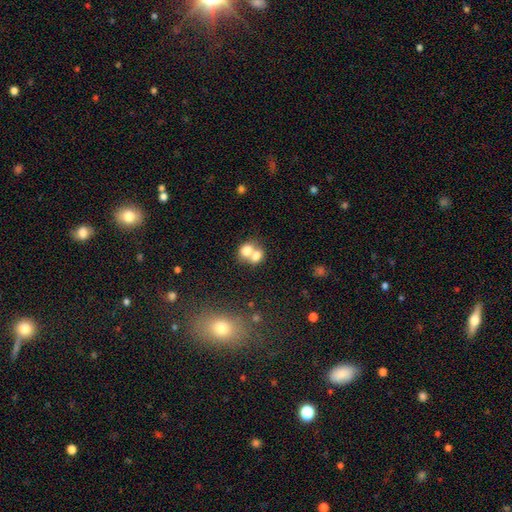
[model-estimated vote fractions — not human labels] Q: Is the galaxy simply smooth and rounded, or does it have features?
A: smooth — 73%.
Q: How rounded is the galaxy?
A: round — 51%.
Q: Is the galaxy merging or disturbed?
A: merger — 67%.